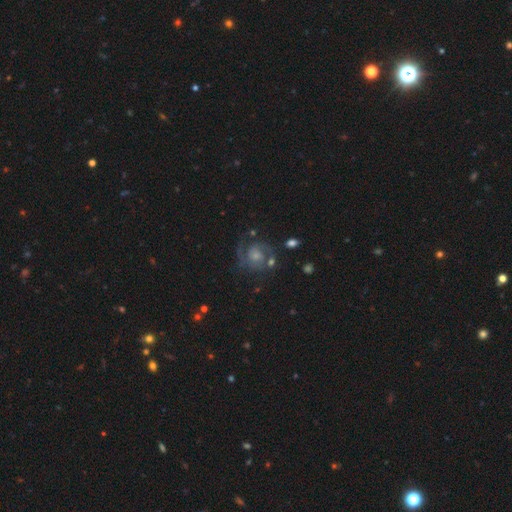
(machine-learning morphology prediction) This appears to be a featured or disk galaxy (82%) with no bar (65%), 2 (79%) medium (48%) spiral arms (96%) and a small central bulge (50%). Merging: none (67%).